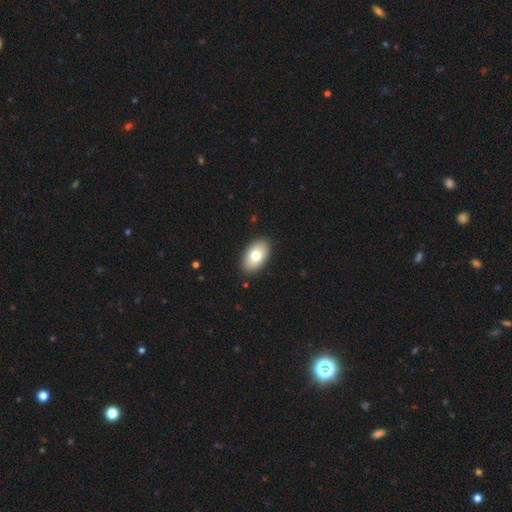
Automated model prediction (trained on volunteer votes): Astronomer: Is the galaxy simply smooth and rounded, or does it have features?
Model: smooth — 76%.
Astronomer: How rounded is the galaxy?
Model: in between — 93%.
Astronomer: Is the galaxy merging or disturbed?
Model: none — 90%.